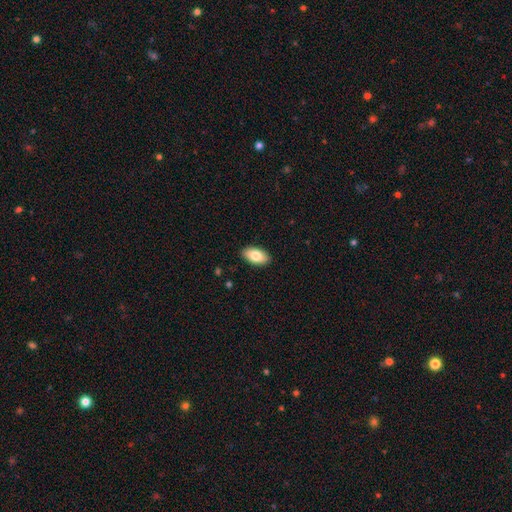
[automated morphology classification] Smooth or featured? smooth (82%)
How rounded? in between (94%)
Merging? none (89%)